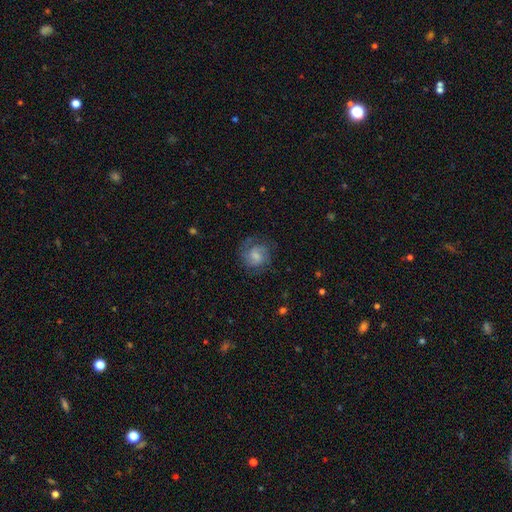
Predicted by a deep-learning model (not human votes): Smooth or featured?
  - featured or disk: 51% *
  - smooth: 40%
  - star or artifact: 8%
Edge-on disk?
  - no: 98% *
  - yes: 2%
Bar?
  - weak: 47% *
  - no: 44%
  - strong: 9%
Spiral arms?
  - yes: 88% *
  - no: 12%
Bulge size?
  - moderate: 36% *
  - small: 34%
  - none: 18%
  - large: 10%
  - dominant: 2%
Merging?
  - none: 69% *
  - minor disturbance: 19%
  - major disturbance: 11%
  - merger: 1%